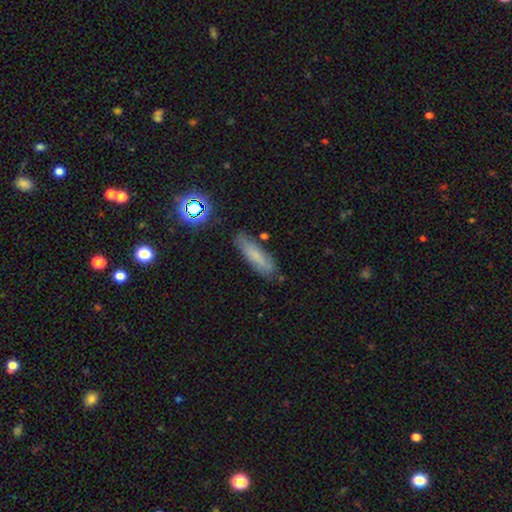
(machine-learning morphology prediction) type=smooth (70%); roundness=cigar-shaped (63%); merging=none (77%).